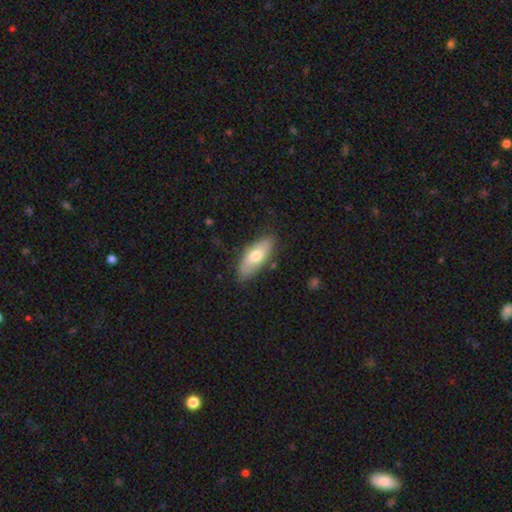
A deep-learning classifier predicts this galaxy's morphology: smooth_or_featured: smooth (p=0.67) [alt: featured or disk p=0.28]
how_rounded: in between (p=0.77) [alt: cigar-shaped p=0.20]
merging: none (p=0.79) [alt: minor disturbance p=0.16]